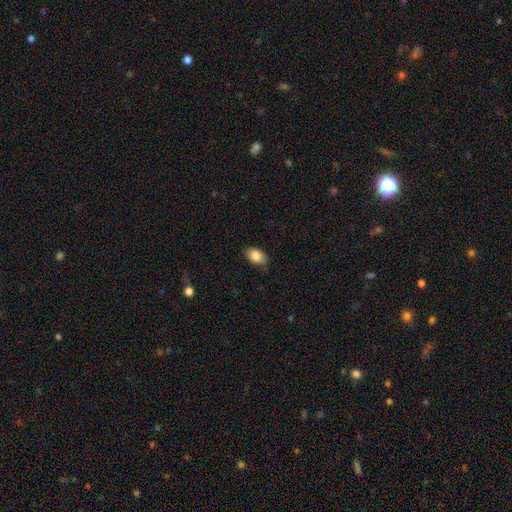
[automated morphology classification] Overall: smooth (86%). How rounded: in between (88%). Merging: none (80%).